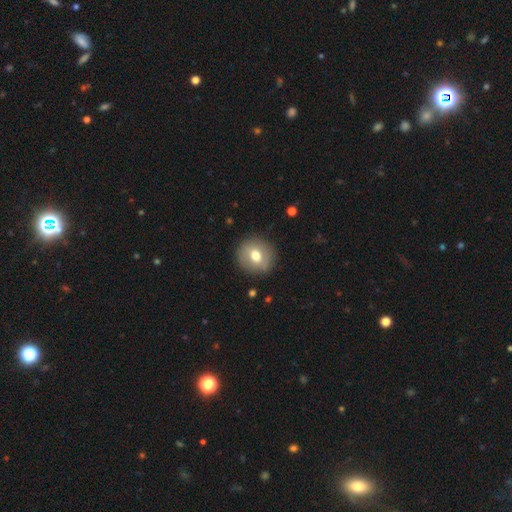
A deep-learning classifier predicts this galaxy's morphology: A smooth galaxy with no disk features (69%) that is round (88%). Merging: none (87%).